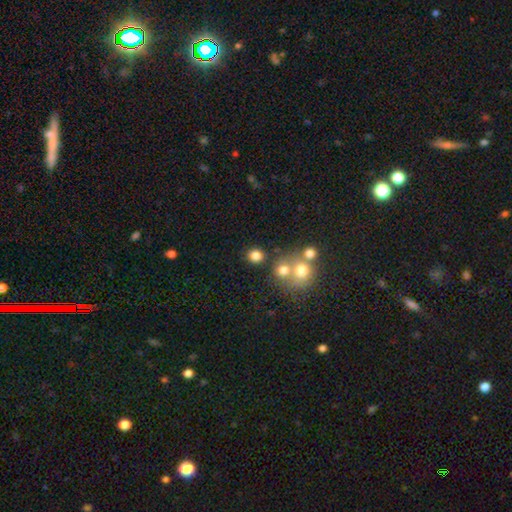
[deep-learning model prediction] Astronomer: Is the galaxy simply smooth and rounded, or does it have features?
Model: smooth — 79%.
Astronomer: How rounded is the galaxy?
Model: round — 81%.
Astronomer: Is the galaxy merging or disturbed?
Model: none — 75%.